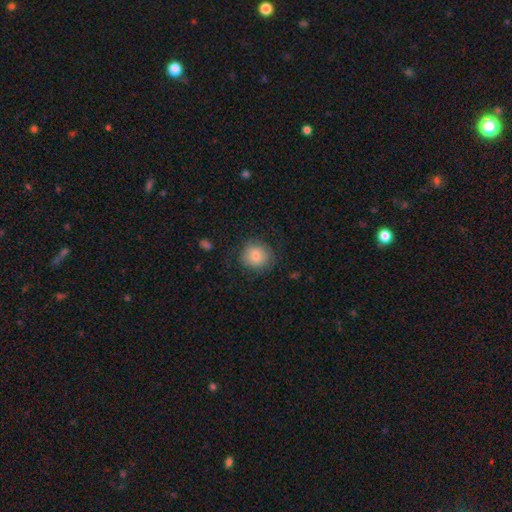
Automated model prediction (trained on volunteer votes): Overall: smooth (81%). How rounded: round (87%). Merging: none (77%).